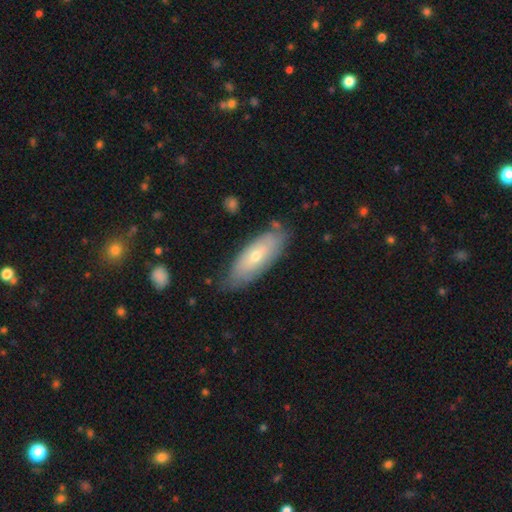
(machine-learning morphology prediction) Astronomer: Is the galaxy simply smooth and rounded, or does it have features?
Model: smooth — 52% (runner-up: featured or disk, 41%).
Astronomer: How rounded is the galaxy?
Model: in between — 72%.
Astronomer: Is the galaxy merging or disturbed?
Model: none — 73%.